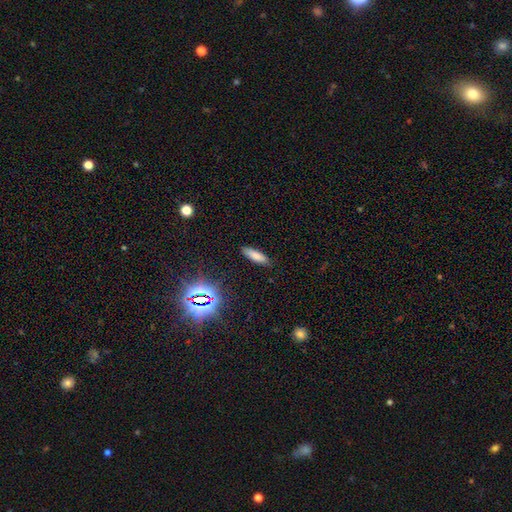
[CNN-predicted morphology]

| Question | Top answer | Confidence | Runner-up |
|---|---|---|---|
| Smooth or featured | smooth | 78% | star or artifact (13%) |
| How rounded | cigar-shaped | 59% | in between (39%) |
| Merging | none | 88% | minor disturbance (8%) |